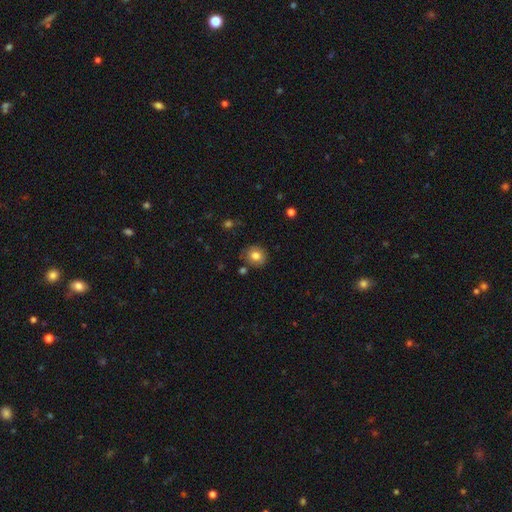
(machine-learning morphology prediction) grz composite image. It shows a smooth galaxy with no disk features (79%) that is round (84%). Merging: none (83%).